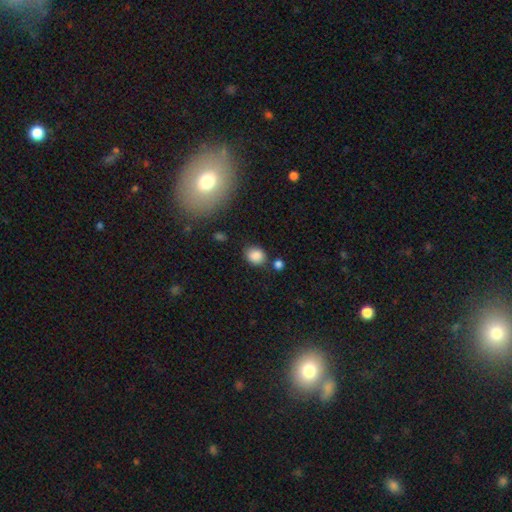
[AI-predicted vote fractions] This is clearly a smooth galaxy (86%). How rounded: possibly round (58%). Merging: likely none (73%).